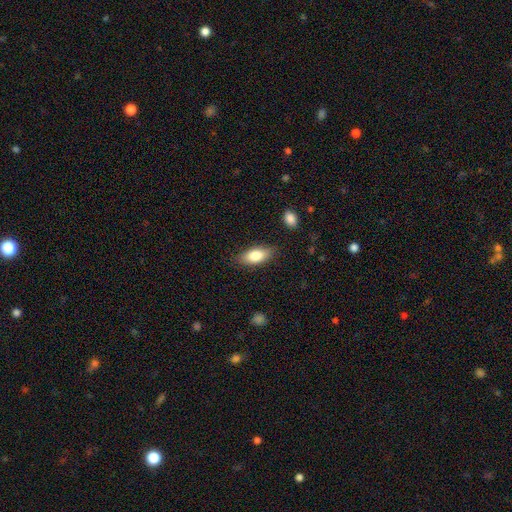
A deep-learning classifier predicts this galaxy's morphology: This is clearly a smooth galaxy (82%). How rounded: clearly in between (86%). Merging: clearly none (82%).